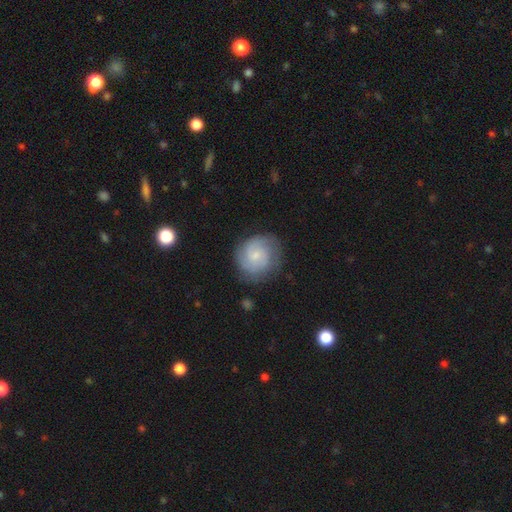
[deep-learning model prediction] smooth-or-featured: featured or disk: 63% | smooth: 30% | star or artifact: 7%
  disk-edge-on: no: 98% | yes: 2%
    bar: no: 59% | weak: 37% | strong: 4%
    has-spiral-arms: yes: 93% | no: 7%
      spiral-winding: tight: 57% | medium: 34% | loose: 9%
      spiral-arm-count: 2: 37% | can't tell: 27% | 3: 22% | 4: 6% | 1: 5% | more than 4: 4%
    bulge-size: small: 62% | moderate: 27% | none: 8% | large: 2% | dominant: 1%
  merging: none: 77% | minor disturbance: 16% | major disturbance: 6% | merger: 1%